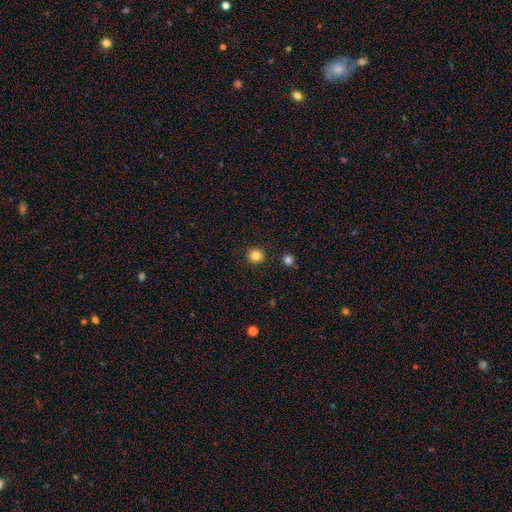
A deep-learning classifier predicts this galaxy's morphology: Q: Smooth or featured?
A: smooth (83%); runner-up: star or artifact (12%)
Q: How rounded?
A: round (95%); runner-up: in between (4%)
Q: Merging?
A: none (92%); runner-up: minor disturbance (5%)